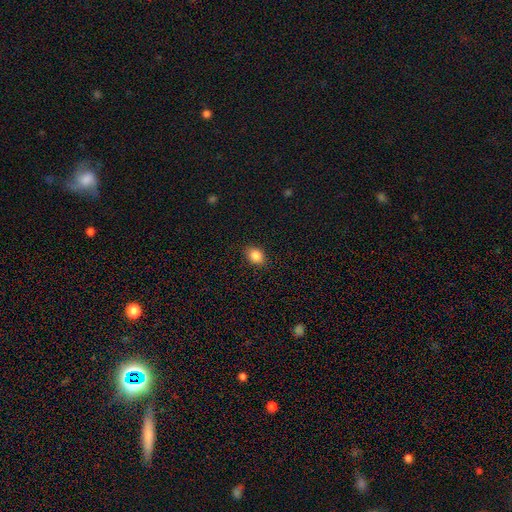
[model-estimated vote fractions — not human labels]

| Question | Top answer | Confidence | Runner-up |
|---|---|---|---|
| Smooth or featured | smooth | 86% | star or artifact (9%) |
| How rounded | in between | 61% | round (38%) |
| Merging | none | 87% | minor disturbance (9%) |